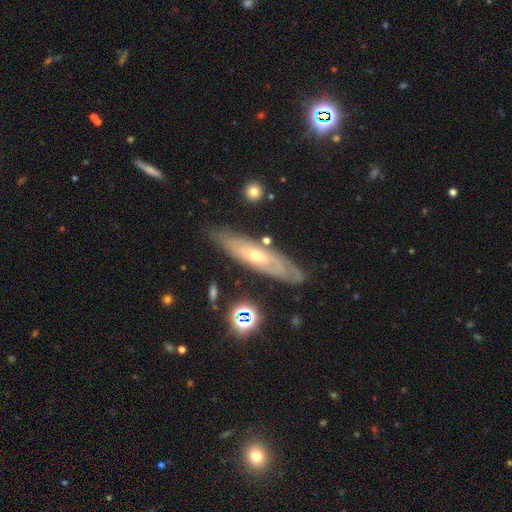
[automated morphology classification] smooth-or-featured: featured or disk: 74% | smooth: 19% | star or artifact: 8%
  disk-edge-on: no: 63% | yes: 37%
  merging: none: 80% | minor disturbance: 14% | major disturbance: 3% | merger: 2%